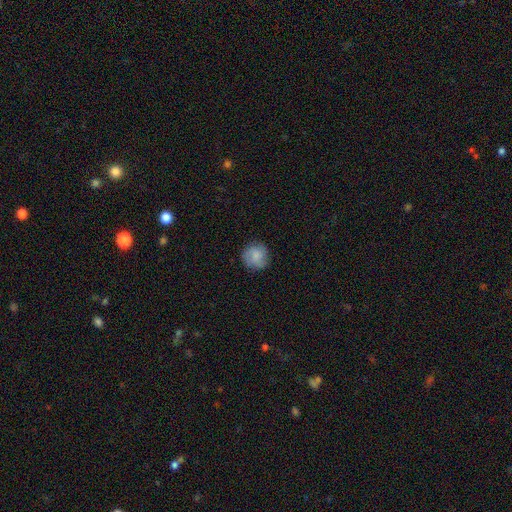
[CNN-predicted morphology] Smooth or featured: smooth — 74% (featured or disk — 19%)
How rounded: round — 92% (in between — 7%)
Merging: none — 82% (minor disturbance — 13%)